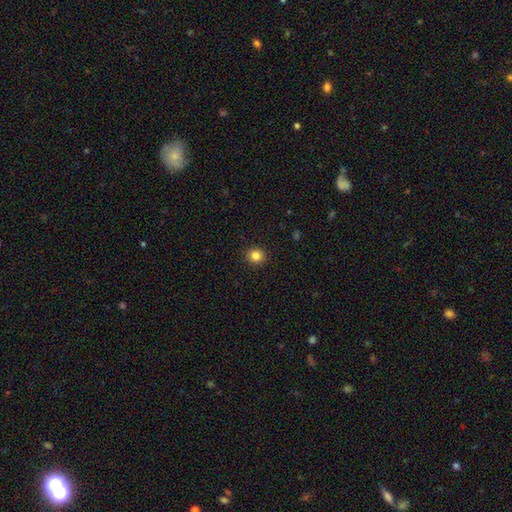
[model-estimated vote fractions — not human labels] A smooth galaxy with no disk features (84%) that is round (88%).

Vote fractions:
- Smooth or featured? smooth: 84% / star or artifact: 11% / featured or disk: 5%
- How rounded? round: 88% / in between: 11% / cigar-shaped: 1%
- Merging? none: 92% / minor disturbance: 5% / major disturbance: 2% / merger: 1%